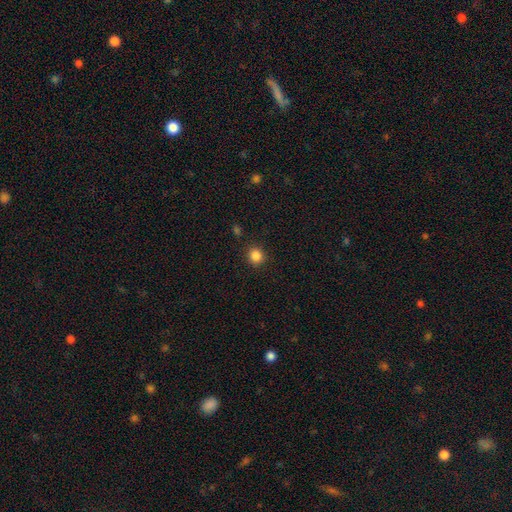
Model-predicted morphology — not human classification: The model was most divided on "smooth or featured": smooth: 85%, star or artifact: 11%, featured or disk: 4%. More confident: merging — none (90%); how rounded — round (90%).